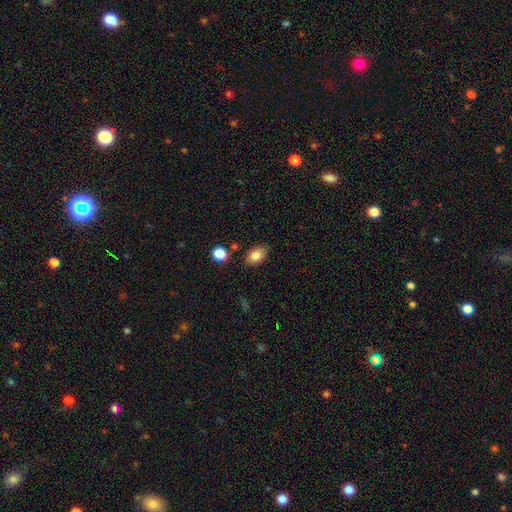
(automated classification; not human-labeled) The model was most divided on "merging": none: 82%, minor disturbance: 12%, merger: 3%, major disturbance: 3%. More confident: how rounded — in between (87%); smooth or featured — smooth (84%).